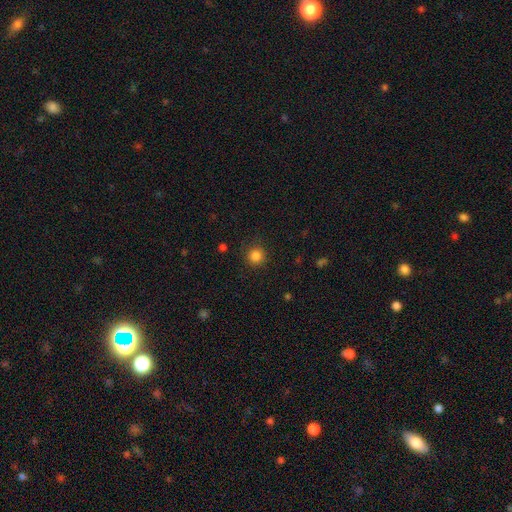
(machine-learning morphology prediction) type=smooth (84%); roundness=round (94%); merging=none (88%).